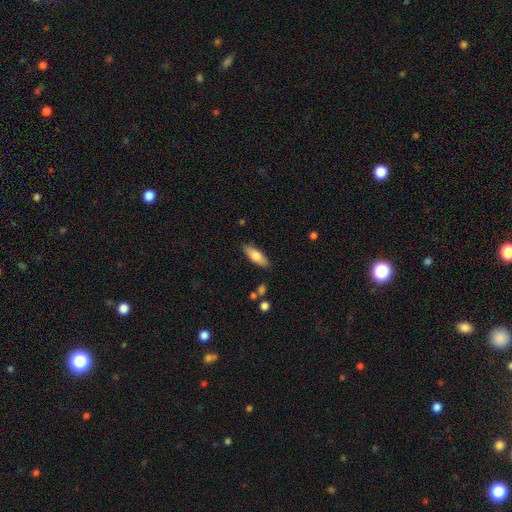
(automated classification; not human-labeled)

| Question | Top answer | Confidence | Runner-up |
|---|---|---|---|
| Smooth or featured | smooth | 74% | featured or disk (20%) |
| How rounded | in between | 65% | cigar-shaped (33%) |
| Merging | none | 84% | minor disturbance (11%) |